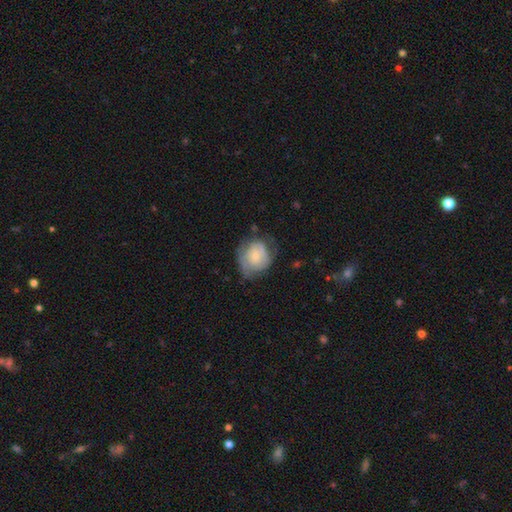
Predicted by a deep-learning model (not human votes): A smooth galaxy with no disk features (47%).

Vote fractions:
- Smooth or featured? smooth: 47% / featured or disk: 46% / star or artifact: 7%
- Merging? none: 51% / minor disturbance: 30% / major disturbance: 17% / merger: 2%